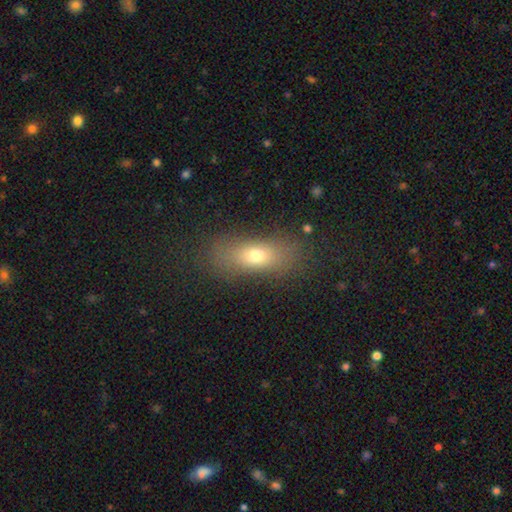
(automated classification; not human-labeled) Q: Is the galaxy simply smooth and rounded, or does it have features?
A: smooth — 69%.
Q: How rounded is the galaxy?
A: in between — 70%.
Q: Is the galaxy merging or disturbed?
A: none — 77%.